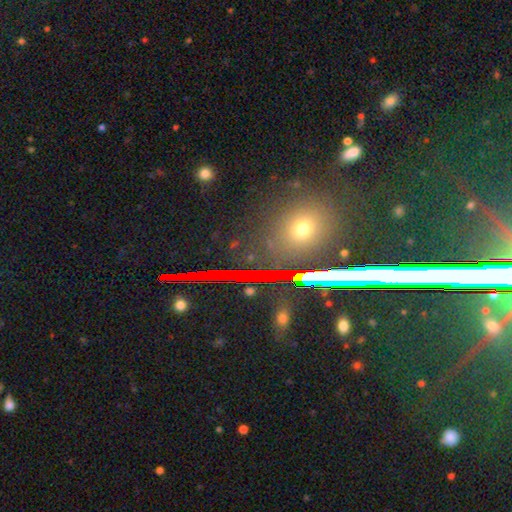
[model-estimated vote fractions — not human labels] Smooth or featured: star or artifact — 64% (smooth — 23%)